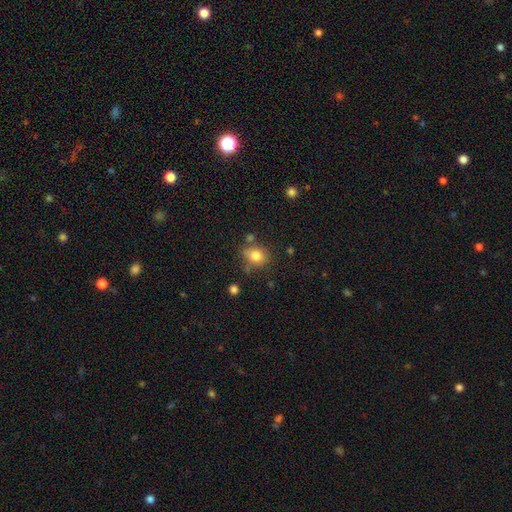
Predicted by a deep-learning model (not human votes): The model was most divided on "how rounded": round: 64%, in between: 35%, cigar-shaped: 1%. More confident: smooth or featured — smooth (80%); merging — none (69%).